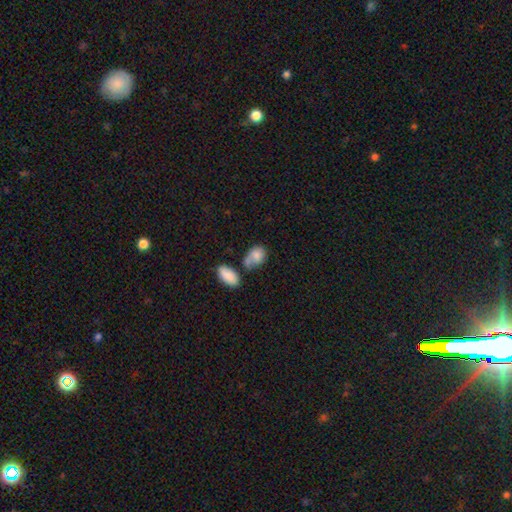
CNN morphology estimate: This appears to be a smooth galaxy with no disk features (81%) that is in between round and cigar-shaped (77%). Merging: merger (36%).